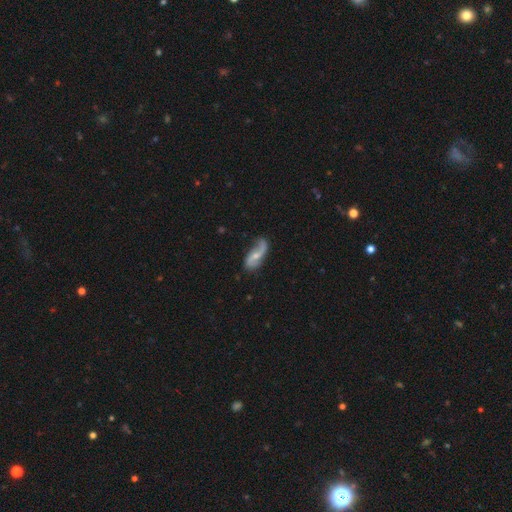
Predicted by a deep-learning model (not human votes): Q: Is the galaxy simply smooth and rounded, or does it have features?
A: featured or disk — 75%.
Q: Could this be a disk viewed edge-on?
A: no — 94%.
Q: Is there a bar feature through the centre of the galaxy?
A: no — 43%.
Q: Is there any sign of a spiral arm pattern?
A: yes — 93%.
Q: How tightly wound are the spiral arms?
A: loose — 75%.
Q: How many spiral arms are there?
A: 2 — 83%.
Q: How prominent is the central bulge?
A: small — 52%.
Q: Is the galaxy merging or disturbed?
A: none — 62%.